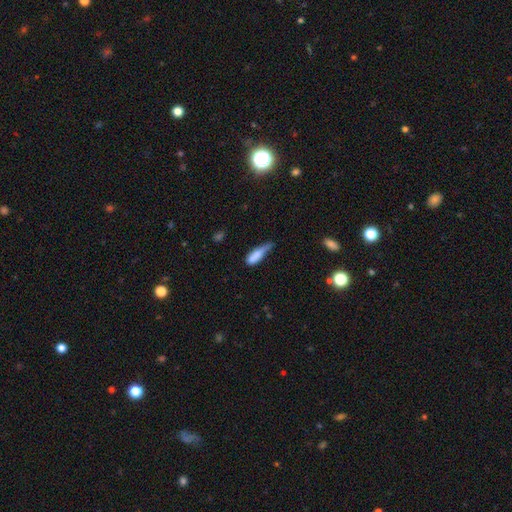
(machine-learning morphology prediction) A smooth galaxy with no disk features (78%) that is cigar-shaped (49%).

Vote fractions:
- Smooth or featured? smooth: 78% / featured or disk: 15% / star or artifact: 8%
- How rounded? cigar-shaped: 49% / in between: 48% / round: 3%
- Merging? minor disturbance: 45% / none: 28% / major disturbance: 22% / merger: 5%